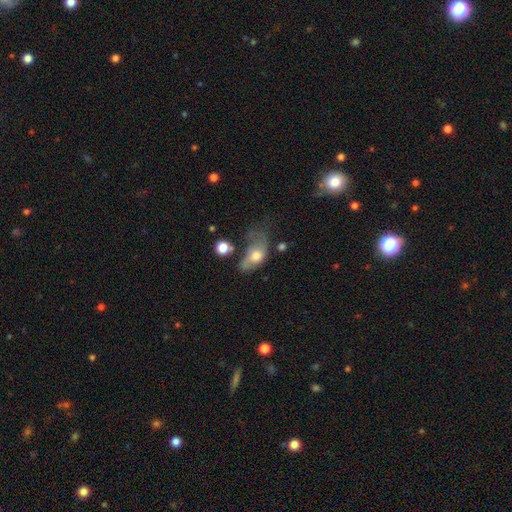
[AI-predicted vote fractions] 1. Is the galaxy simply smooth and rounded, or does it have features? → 58% smooth, 33% featured or disk, 9% star or artifact.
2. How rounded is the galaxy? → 82% in between, 13% round, 4% cigar-shaped.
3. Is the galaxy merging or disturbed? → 43% major disturbance, 26% minor disturbance, 21% none, 10% merger.